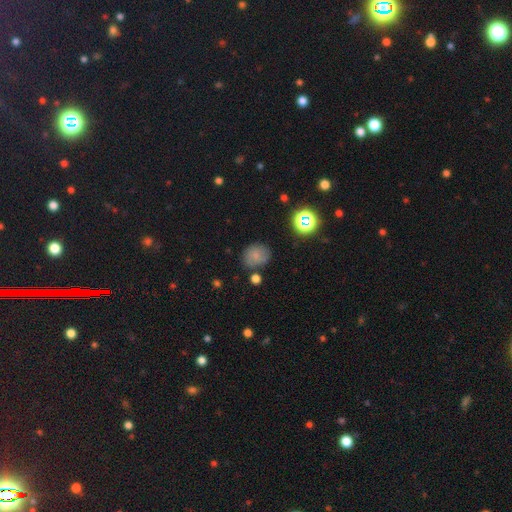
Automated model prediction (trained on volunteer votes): Overall: smooth (70%). How rounded: round (70%). Merging: none (72%).